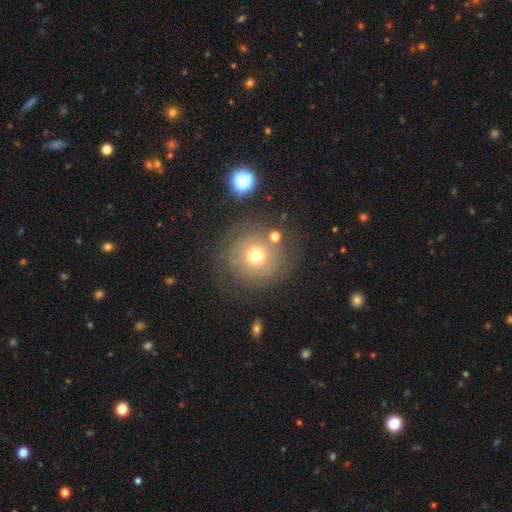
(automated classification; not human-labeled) Smooth or featured: smooth — 52% (featured or disk — 34%)
How rounded: round — 93% (in between — 6%)
Merging: none — 73% (minor disturbance — 13%)